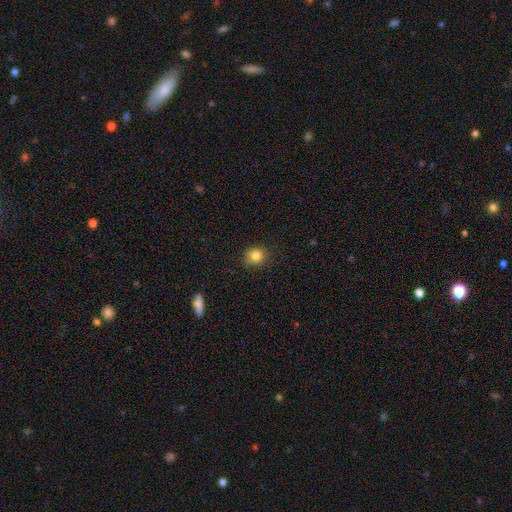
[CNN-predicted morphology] Overall: smooth (82%). How rounded: round (82%). Merging: none (81%).